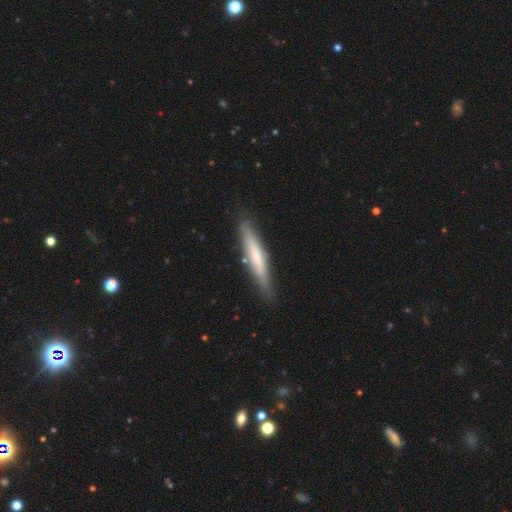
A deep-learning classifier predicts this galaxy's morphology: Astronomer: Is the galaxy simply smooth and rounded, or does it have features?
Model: smooth — 55% (runner-up: featured or disk, 38%).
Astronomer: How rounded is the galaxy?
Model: cigar-shaped — 92%.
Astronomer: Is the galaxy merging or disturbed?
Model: none — 81%.